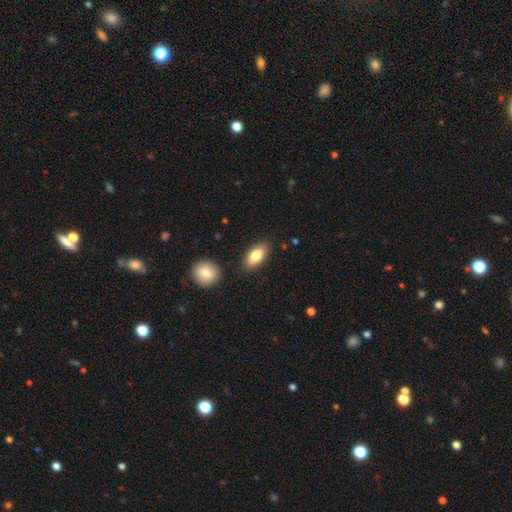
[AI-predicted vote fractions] A smooth galaxy with no disk features (80%) that is in between round and cigar-shaped (88%).

Vote fractions:
- Smooth or featured? smooth: 80% / featured or disk: 13% / star or artifact: 7%
- How rounded? in between: 88% / cigar-shaped: 9% / round: 4%
- Merging? none: 82% / minor disturbance: 11% / merger: 4% / major disturbance: 3%